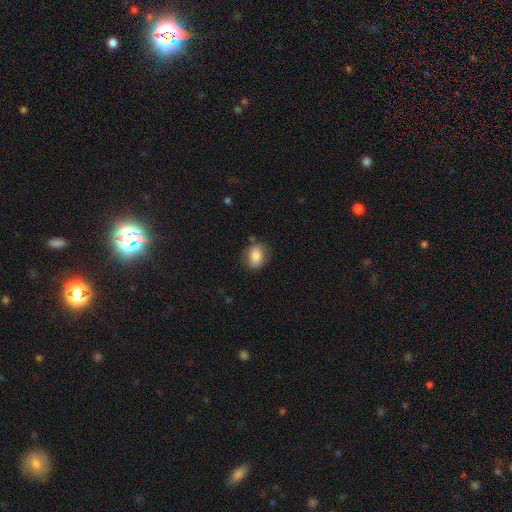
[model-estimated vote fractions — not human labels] Smooth or featured? smooth (82%)
How rounded? in between (65%)
Merging? none (74%)